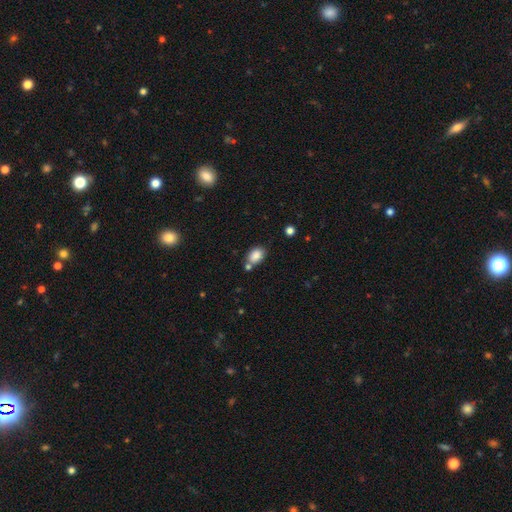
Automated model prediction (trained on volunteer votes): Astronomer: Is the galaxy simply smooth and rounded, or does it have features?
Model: smooth — 86%.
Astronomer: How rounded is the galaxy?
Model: in between — 74%.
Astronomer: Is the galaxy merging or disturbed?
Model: none — 63%.